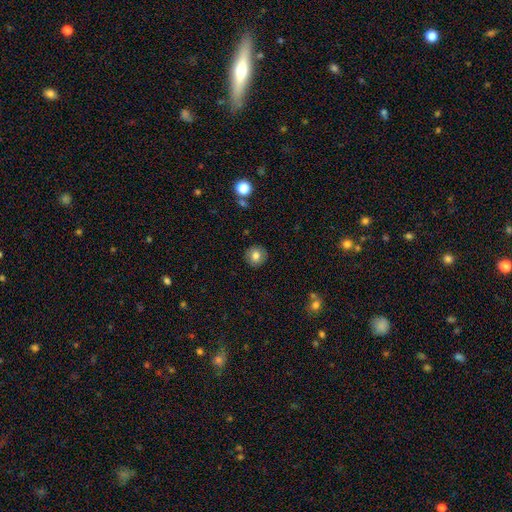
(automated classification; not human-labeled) Morphology: type=smooth (77%); roundness=round (92%); merging=none (89%).